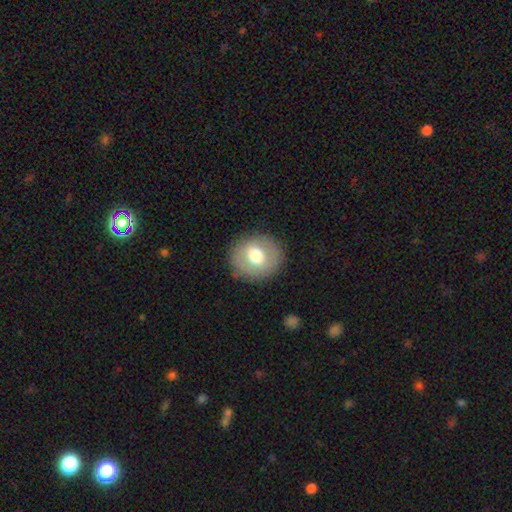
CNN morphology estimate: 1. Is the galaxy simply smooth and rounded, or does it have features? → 64% smooth, 28% featured or disk, 8% star or artifact.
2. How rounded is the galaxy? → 78% round, 21% in between, 1% cigar-shaped.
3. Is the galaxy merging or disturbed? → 85% none, 10% minor disturbance, 4% major disturbance, 1% merger.